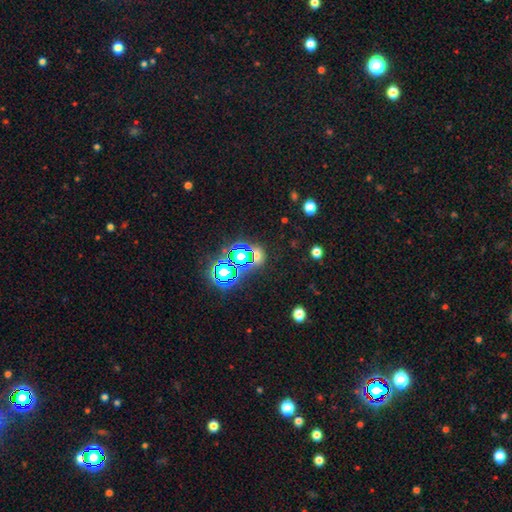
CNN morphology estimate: This is likely a star or artifact rather than a galaxy (61%).